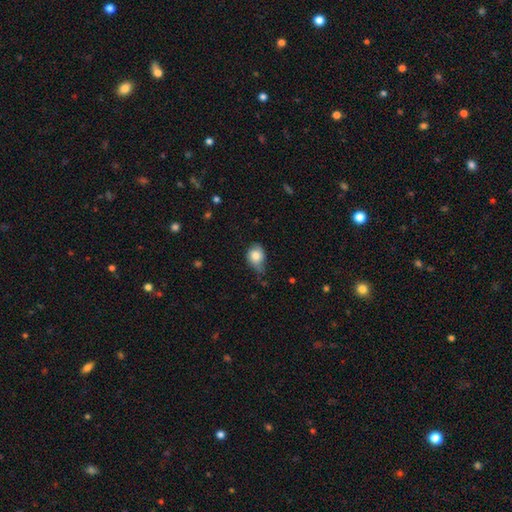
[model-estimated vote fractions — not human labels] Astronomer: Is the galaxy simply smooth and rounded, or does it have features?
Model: smooth — 76%.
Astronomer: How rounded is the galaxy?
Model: in between — 50% (runner-up: round, 49%).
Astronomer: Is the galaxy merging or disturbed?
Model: minor disturbance — 44% (runner-up: none, 42%).